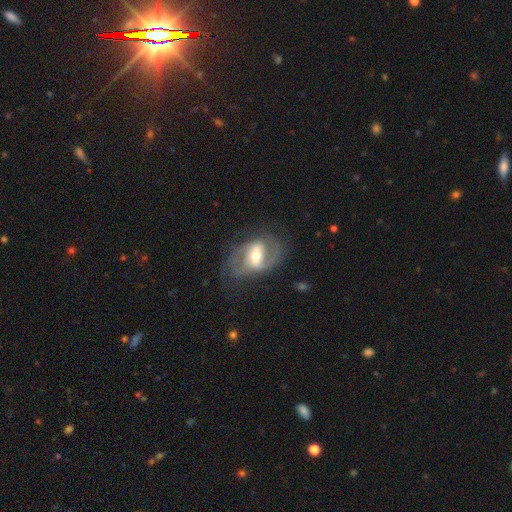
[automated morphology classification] A featured or disk galaxy (79%) with a weak bar (42%), 2 (75%) medium (48%) spiral arms (85%) and a moderate central bulge (66%). Merging: none (57%).